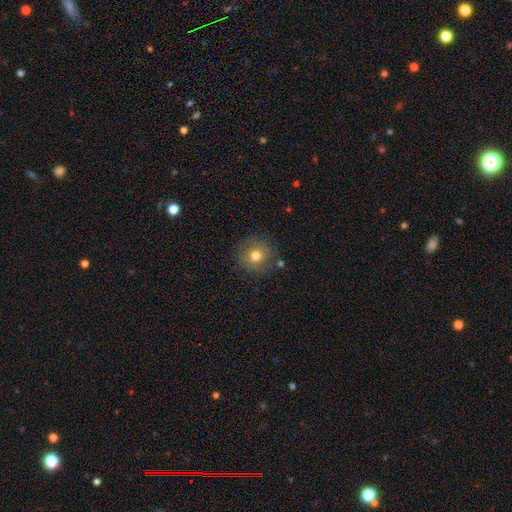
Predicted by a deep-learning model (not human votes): A smooth galaxy with no disk features (73%) that is round (92%).

Vote fractions:
- Smooth or featured? smooth: 73% / featured or disk: 15% / star or artifact: 12%
- How rounded? round: 92% / in between: 7% / cigar-shaped: 1%
- Merging? none: 83% / minor disturbance: 11% / major disturbance: 4% / merger: 3%